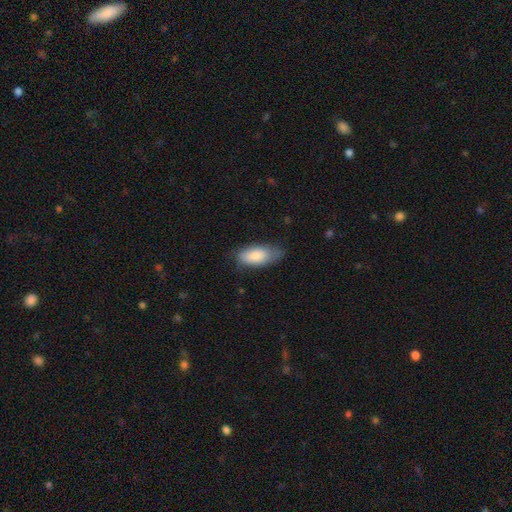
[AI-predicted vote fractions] Q: Smooth or featured?
A: smooth (84%); runner-up: featured or disk (10%)
Q: How rounded?
A: in between (88%); runner-up: cigar-shaped (9%)
Q: Merging?
A: none (65%); runner-up: minor disturbance (28%)